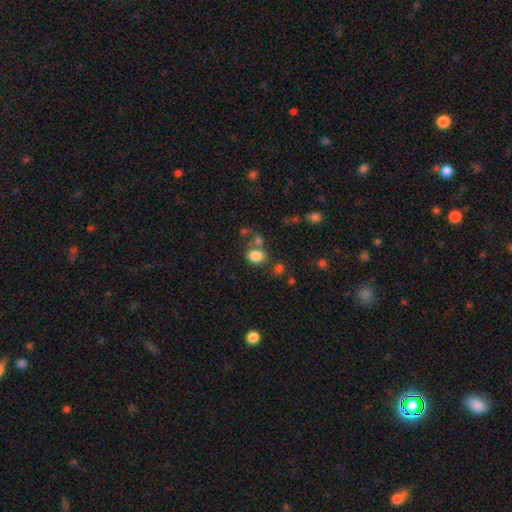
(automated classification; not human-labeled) Morphology: type=smooth (82%); roundness=in between (62%); merging=none (60%).